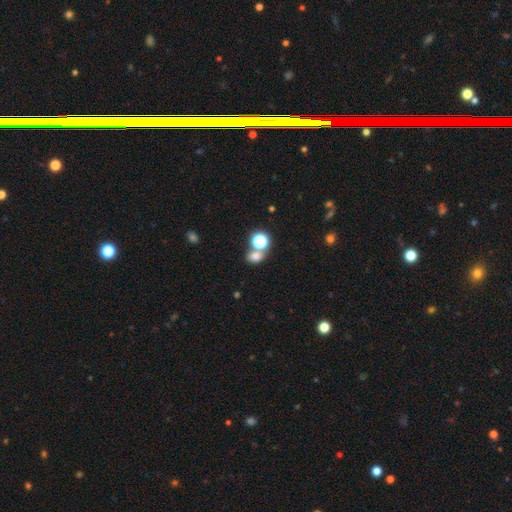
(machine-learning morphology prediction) Smooth or featured? Predicted: smooth (p=0.70). How rounded? Predicted: in between (p=0.51). Merging? Predicted: none (p=0.52).